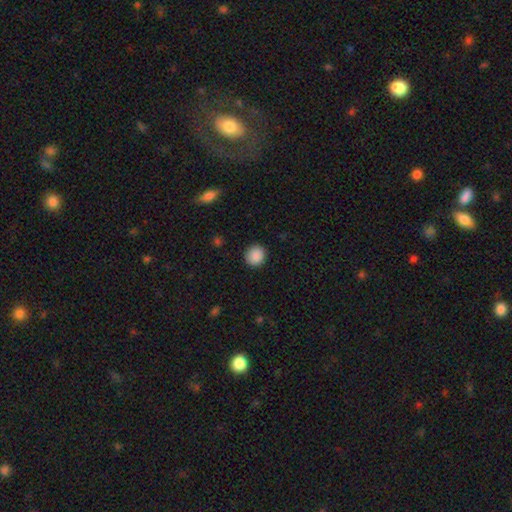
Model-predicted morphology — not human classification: Smooth or featured?
  - smooth: 89% *
  - star or artifact: 8%
  - featured or disk: 2%
How rounded?
  - round: 91% *
  - in between: 8%
  - cigar-shaped: 1%
Merging?
  - none: 92% *
  - minor disturbance: 6%
  - major disturbance: 2%
  - merger: 1%